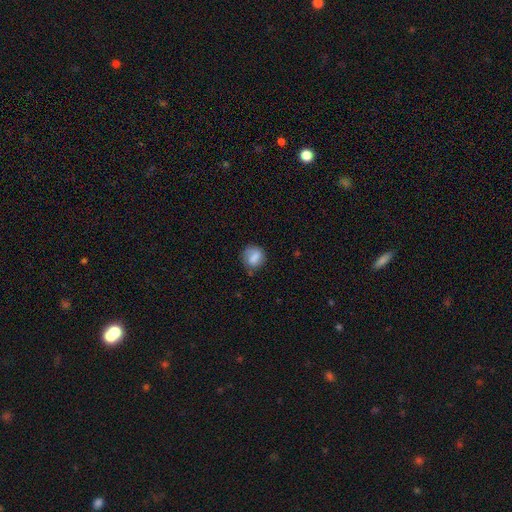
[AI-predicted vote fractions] smooth 76%, featured or disk 16%, star or artifact 8%. Down the decision tree: how rounded — round (70%); merging — none (64%).